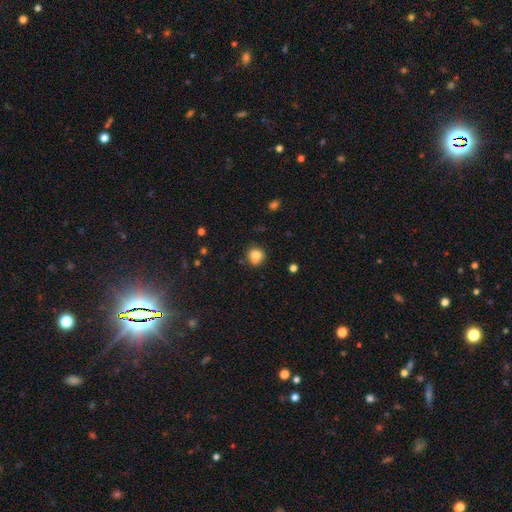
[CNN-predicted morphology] A smooth galaxy with no disk features (83%) that is round (83%).

Vote fractions:
- Smooth or featured? smooth: 83% / star or artifact: 11% / featured or disk: 7%
- How rounded? round: 83% / in between: 16% / cigar-shaped: 1%
- Merging? none: 70% / minor disturbance: 18% / merger: 8% / major disturbance: 4%